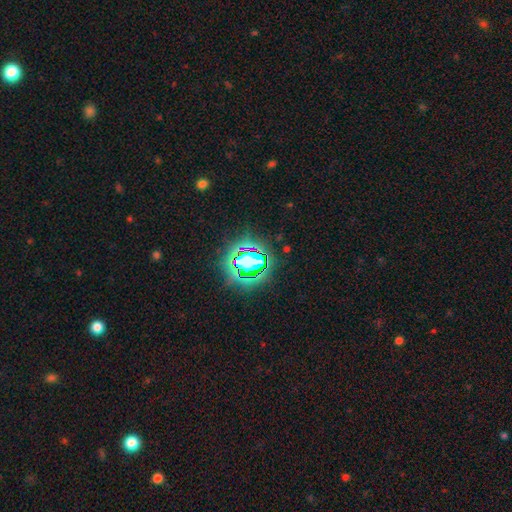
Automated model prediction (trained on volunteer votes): A star or artifact, not a galaxy (72%).